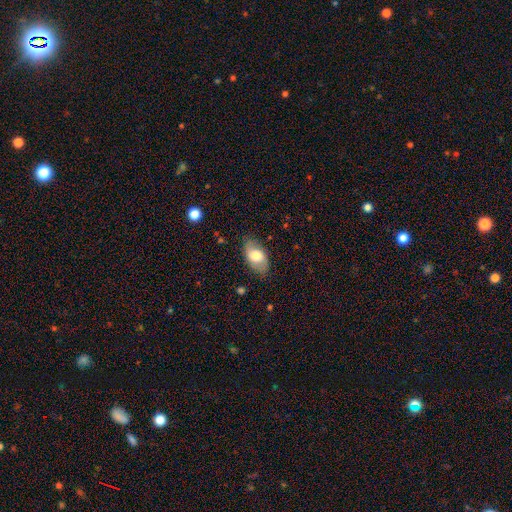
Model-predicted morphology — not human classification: smooth-or-featured: smooth: 66% | featured or disk: 28% | star or artifact: 7%
  how-rounded: in between: 93% | round: 5% | cigar-shaped: 2%
  merging: none: 78% | minor disturbance: 16% | major disturbance: 4% | merger: 1%